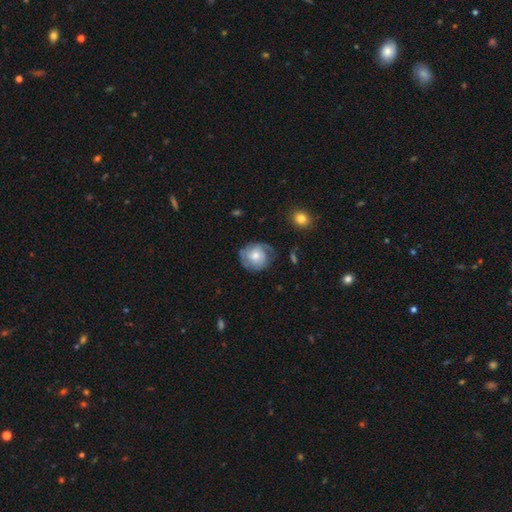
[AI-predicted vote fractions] Q: Smooth or featured?
A: featured or disk (60%); runner-up: smooth (33%)
Q: Edge-on disk?
A: no (97%); runner-up: yes (3%)
Q: Bar?
A: no (74%); runner-up: weak (22%)
Q: Spiral arms?
A: yes (84%); runner-up: no (16%)
Q: Bulge size?
A: moderate (54%); runner-up: small (37%)
Q: Merging?
A: none (64%); runner-up: minor disturbance (23%)